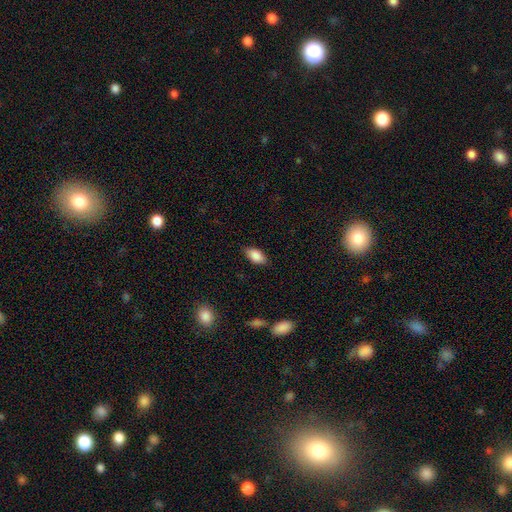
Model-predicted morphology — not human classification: This appears to be a smooth galaxy with no disk features (87%) that is in between round and cigar-shaped (92%). Merging: none (82%).